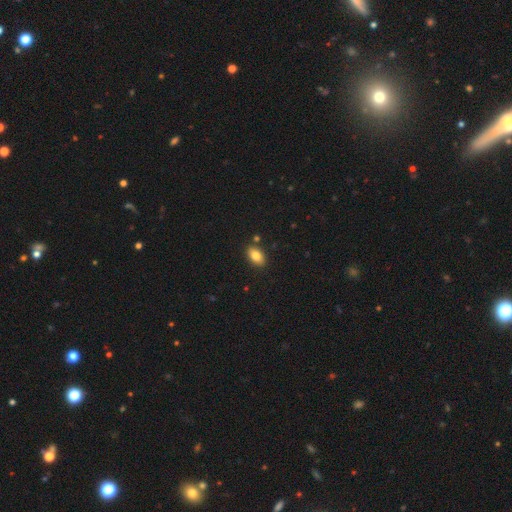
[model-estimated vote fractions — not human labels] Overall: smooth (82%). How rounded: in between (90%). Merging: none (86%).